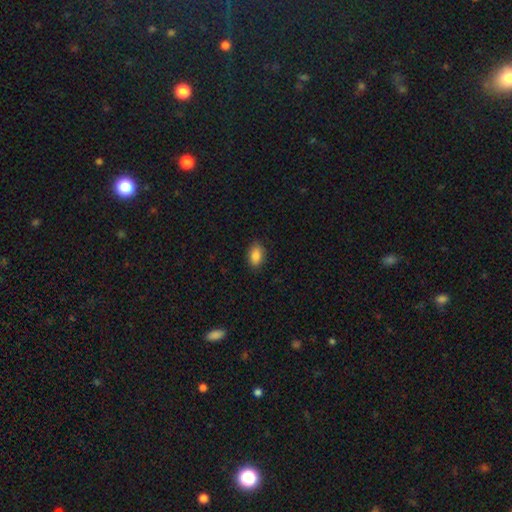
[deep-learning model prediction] A smooth galaxy with no disk features (88%) that is in between round and cigar-shaped (90%). Merging: none (88%).